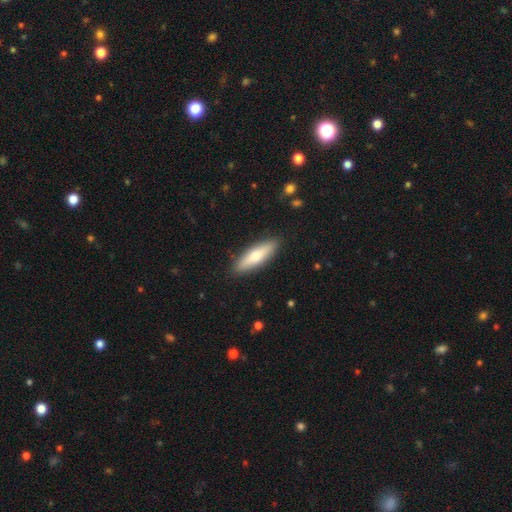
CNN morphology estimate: A smooth galaxy with no disk features (63%) that is cigar-shaped (58%). Merging: none (89%).